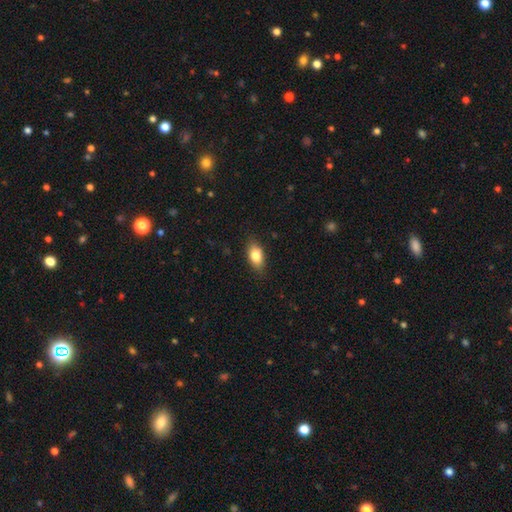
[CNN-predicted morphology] This appears to be a smooth galaxy with no disk features (81%) that is in between round and cigar-shaped (86%). Merging: none (85%).